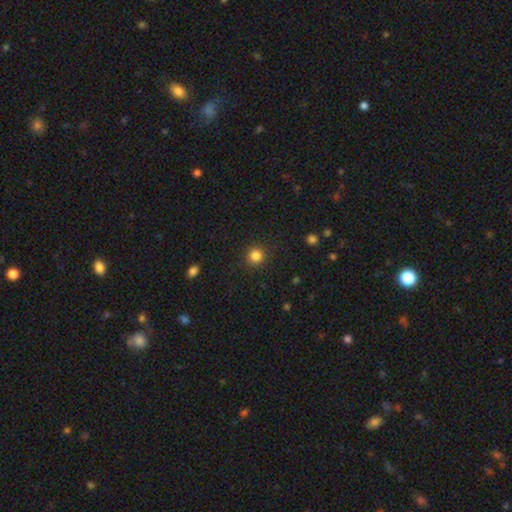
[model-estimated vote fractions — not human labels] A smooth galaxy with no disk features (84%) that is round (93%).

Vote fractions:
- Smooth or featured? smooth: 84% / star or artifact: 12% / featured or disk: 4%
- How rounded? round: 93% / in between: 6% / cigar-shaped: 1%
- Merging? none: 91% / minor disturbance: 6% / major disturbance: 2% / merger: 1%